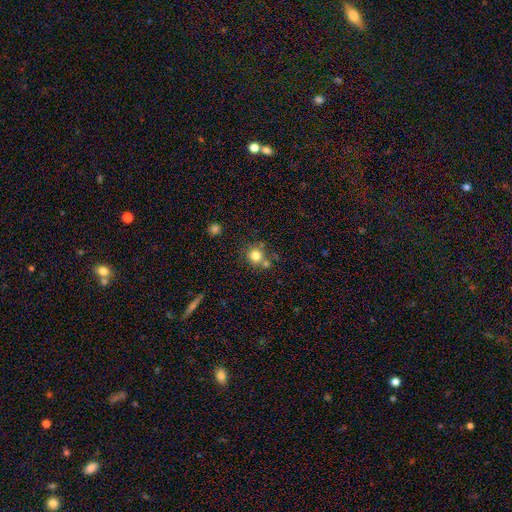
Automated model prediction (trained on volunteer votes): smooth-or-featured: smooth: 79% | star or artifact: 12% | featured or disk: 9%
  how-rounded: round: 91% | in between: 8% | cigar-shaped: 1%
  merging: none: 65% | merger: 22% | minor disturbance: 10% | major disturbance: 4%